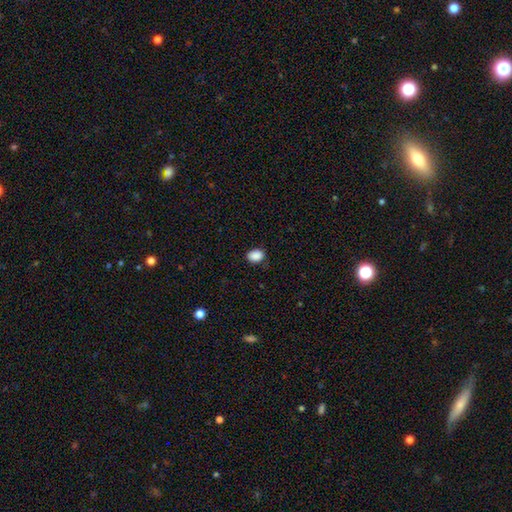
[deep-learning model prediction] A smooth galaxy with no disk features (89%) that is in between round and cigar-shaped (72%).

Vote fractions:
- Smooth or featured? smooth: 89% / star or artifact: 8% / featured or disk: 3%
- How rounded? in between: 72% / round: 27% / cigar-shaped: 1%
- Merging? none: 84% / minor disturbance: 12% / major disturbance: 3% / merger: 1%